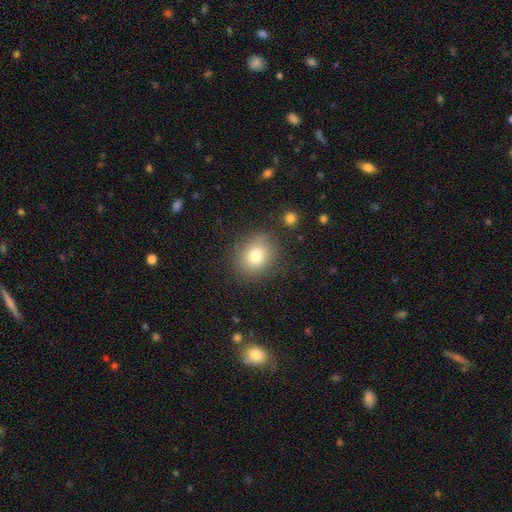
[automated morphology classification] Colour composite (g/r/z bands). It shows a smooth galaxy with no disk features (78%) that is round (68%). Merging: none (83%).